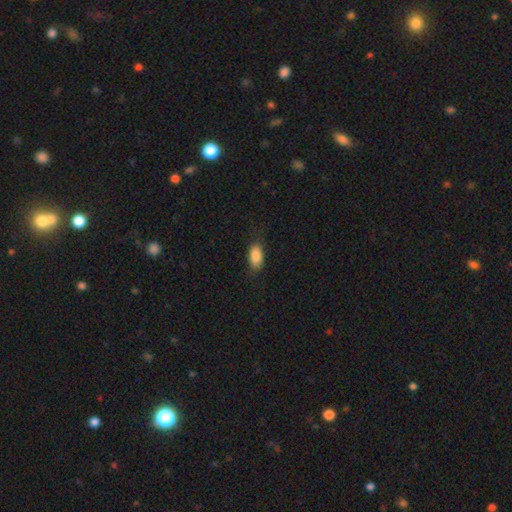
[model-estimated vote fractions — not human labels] smooth-or-featured: smooth: 88% | star or artifact: 7% | featured or disk: 5%
  how-rounded: in between: 91% | cigar-shaped: 5% | round: 4%
  merging: none: 77% | minor disturbance: 17% | major disturbance: 5% | merger: 1%